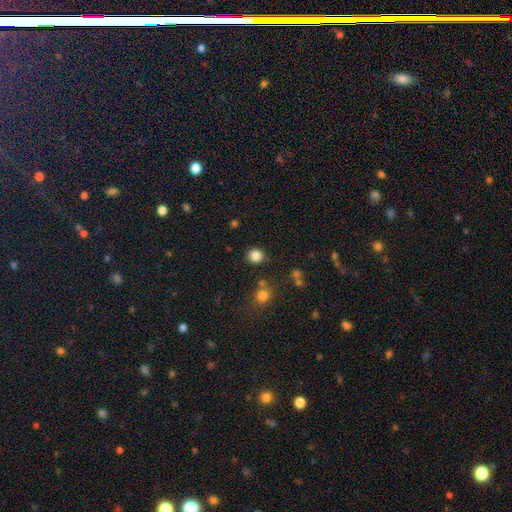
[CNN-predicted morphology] type=smooth (84%); roundness=round (85%); merging=none (84%).